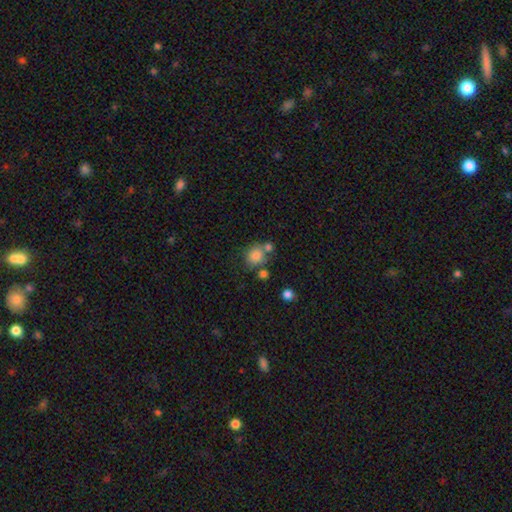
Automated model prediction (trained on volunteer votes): This appears to be a smooth galaxy with no disk features (81%) that is round (78%). Merging: none (57%).